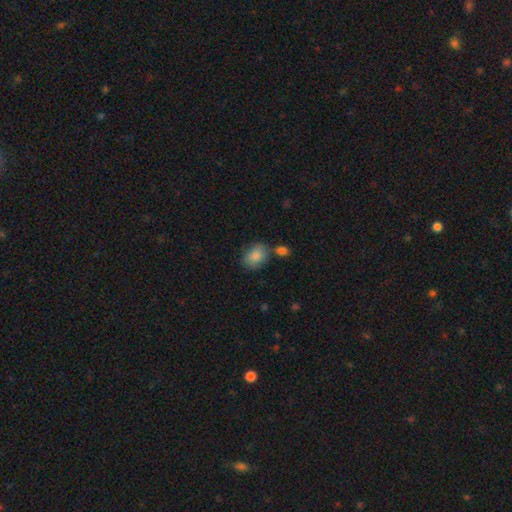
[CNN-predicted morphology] Smooth or featured? smooth (86%)
How rounded? in between (62%)
Merging? none (65%)